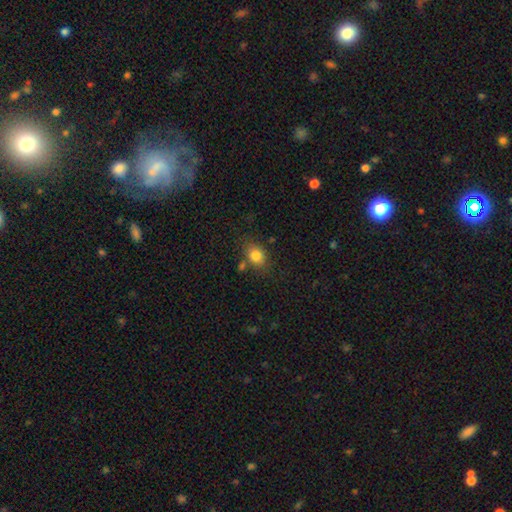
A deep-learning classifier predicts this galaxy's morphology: The model was most divided on "how rounded": in between: 55%, round: 43%, cigar-shaped: 1%. More confident: smooth or featured — smooth (82%); merging — none (73%).